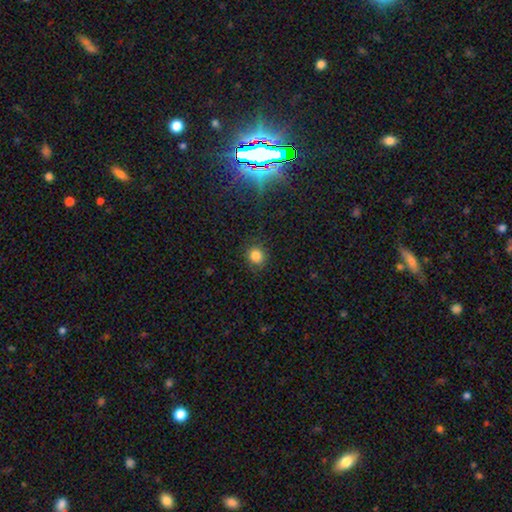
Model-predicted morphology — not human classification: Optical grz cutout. It shows a smooth galaxy with no disk features (82%) that is round (86%). Merging: none (84%).